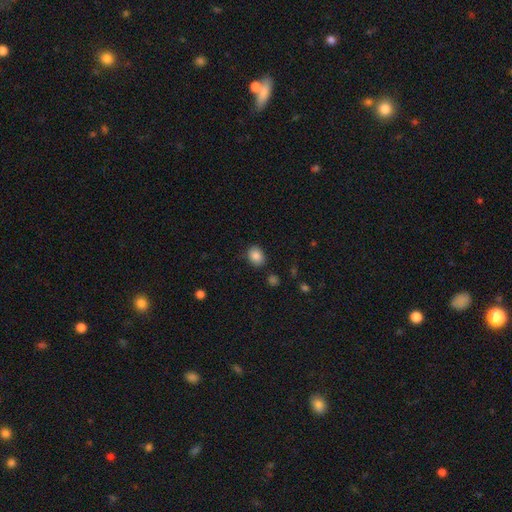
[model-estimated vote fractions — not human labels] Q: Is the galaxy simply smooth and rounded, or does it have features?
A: smooth — 86%.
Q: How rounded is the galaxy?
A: in between — 54%.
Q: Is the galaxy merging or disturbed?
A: none — 81%.